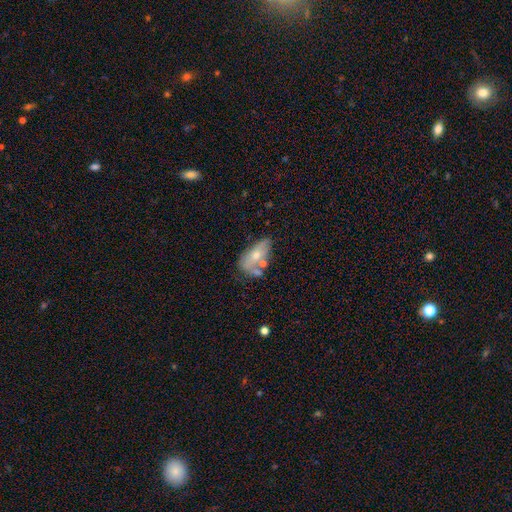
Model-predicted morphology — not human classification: smooth 54%, featured or disk 38%, star or artifact 8%. Down the decision tree: how rounded — in between (87%); merging — none (39%).